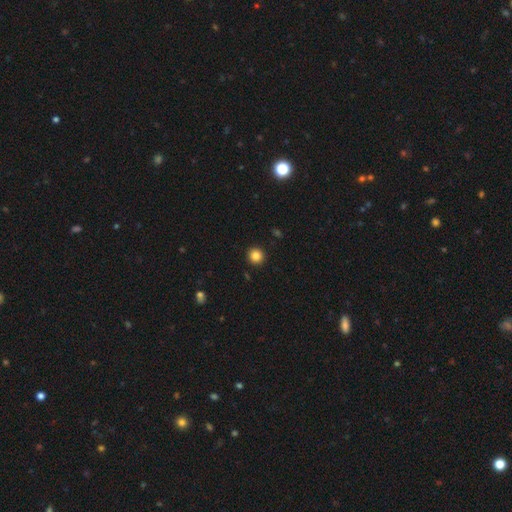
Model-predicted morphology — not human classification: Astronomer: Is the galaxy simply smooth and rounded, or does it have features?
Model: smooth — 85%.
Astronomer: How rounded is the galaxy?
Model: round — 94%.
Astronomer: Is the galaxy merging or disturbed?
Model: none — 93%.